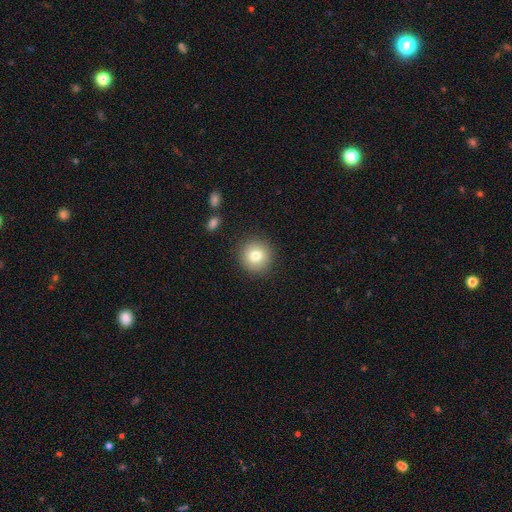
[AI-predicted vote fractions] This appears to be a smooth galaxy with no disk features (78%) that is round (93%). Merging: none (90%).